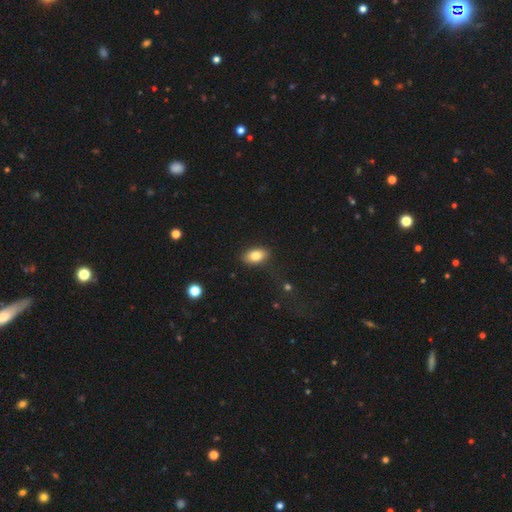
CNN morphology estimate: Q: Smooth or featured?
A: smooth (82%); runner-up: featured or disk (10%)
Q: How rounded?
A: in between (89%); runner-up: round (8%)
Q: Merging?
A: none (84%); runner-up: minor disturbance (11%)